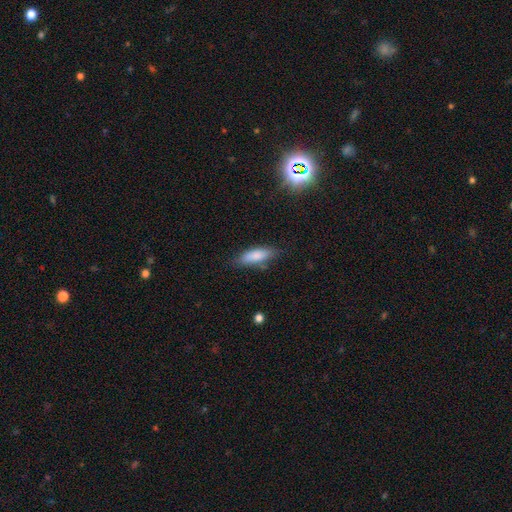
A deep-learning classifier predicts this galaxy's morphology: This is clearly a smooth galaxy (82%). How rounded: possibly in between (59%). Merging: likely none (74%).